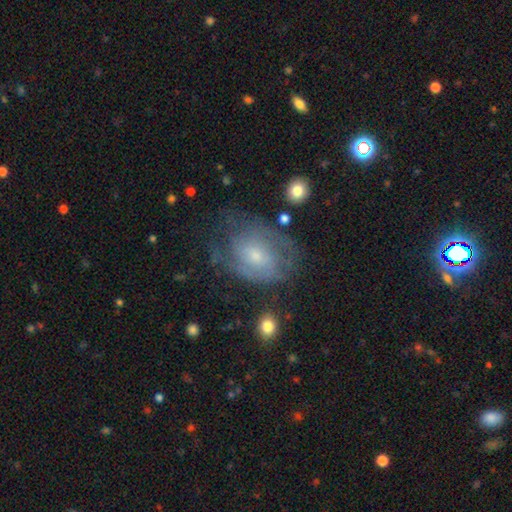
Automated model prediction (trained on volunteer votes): Smooth or featured?
  - featured or disk: 69% *
  - smooth: 23%
  - star or artifact: 8%
Edge-on disk?
  - no: 97% *
  - yes: 3%
Bar?
  - no: 61% *
  - weak: 34%
  - strong: 5%
Spiral arms?
  - yes: 81% *
  - no: 19%
Spiral winding?
  - tight: 49% *
  - medium: 37%
  - loose: 14%
Spiral arm count?
  - can't tell: 50% *
  - 2: 26%
  - 3: 10%
  - 1: 5%
  - 4: 4%
  - more than 4: 3%
Bulge size?
  - small: 58% *
  - moderate: 35%
  - none: 3%
  - large: 3%
  - dominant: 1%
Merging?
  - none: 53% *
  - minor disturbance: 24%
  - major disturbance: 20%
  - merger: 2%